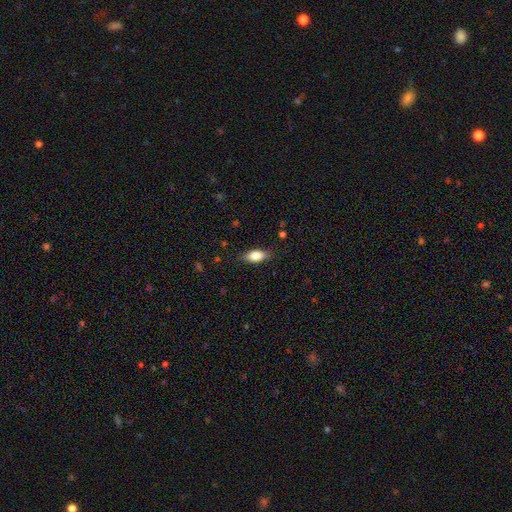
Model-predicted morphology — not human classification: A smooth galaxy with no disk features (80%) that is in between round and cigar-shaped (84%). Merging: none (84%).